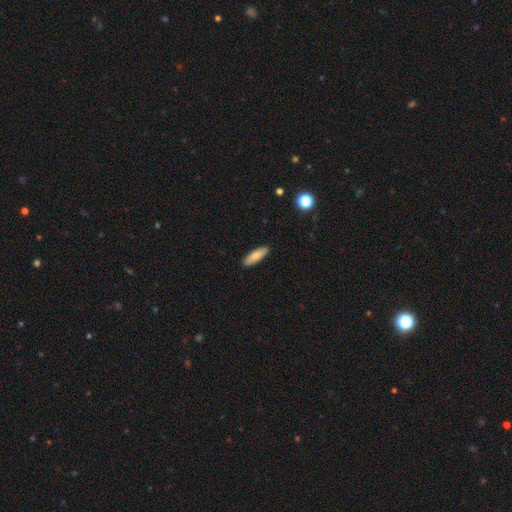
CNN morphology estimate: smooth-or-featured: smooth: 78% | featured or disk: 16% | star or artifact: 6%
  how-rounded: cigar-shaped: 54% | in between: 44% | round: 2%
  merging: none: 90% | minor disturbance: 7% | major disturbance: 1% | merger: 1%